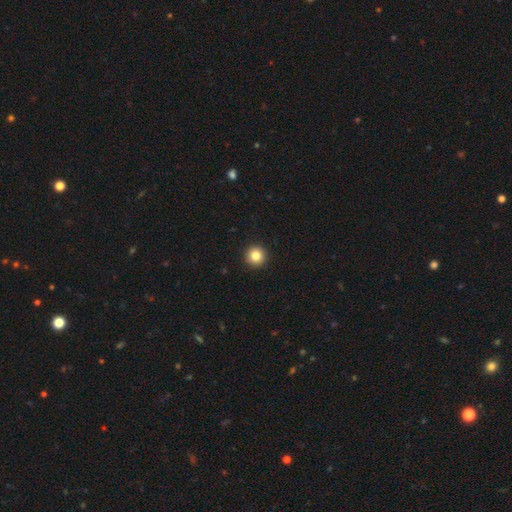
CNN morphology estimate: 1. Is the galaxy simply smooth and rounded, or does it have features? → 83% smooth, 11% star or artifact, 6% featured or disk.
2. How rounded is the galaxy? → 96% round, 3% in between, 1% cigar-shaped.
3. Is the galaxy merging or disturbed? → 94% none, 4% minor disturbance, 1% major disturbance, 1% merger.